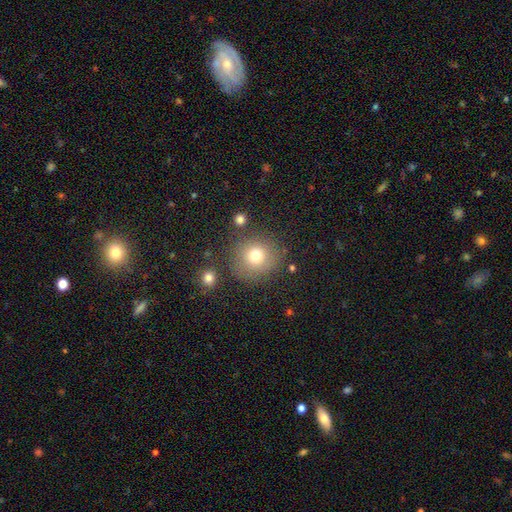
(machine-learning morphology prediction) smooth_or_featured: smooth (p=0.75) [alt: star or artifact p=0.14]
how_rounded: round (p=0.90) [alt: in between p=0.09]
merging: none (p=0.80) [alt: minor disturbance p=0.11]